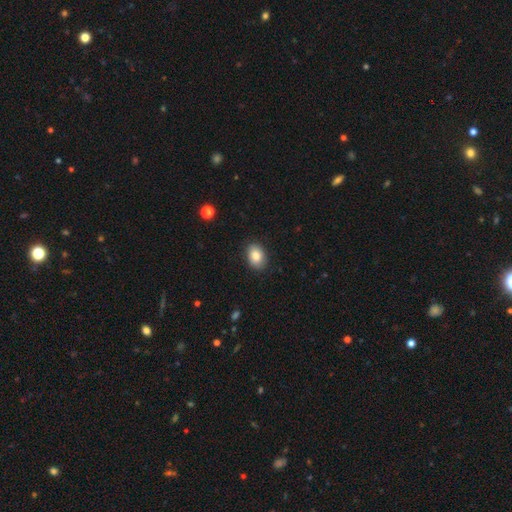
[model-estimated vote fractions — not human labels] smooth_or_featured: smooth (p=0.85) [alt: star or artifact p=0.08]
how_rounded: in between (p=0.78) [alt: round p=0.21]
merging: none (p=0.86) [alt: minor disturbance p=0.10]